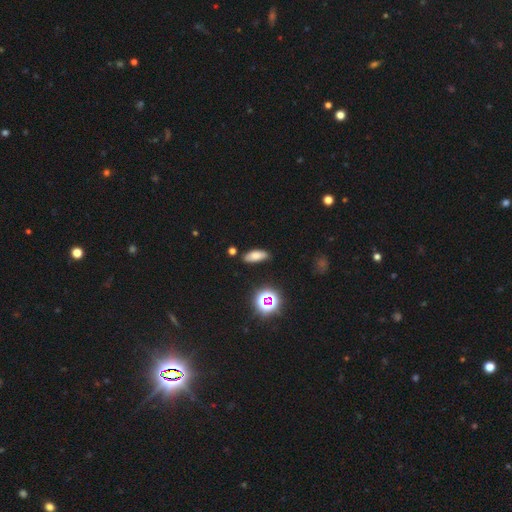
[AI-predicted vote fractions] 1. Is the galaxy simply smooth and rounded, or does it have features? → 74% smooth, 15% star or artifact, 10% featured or disk.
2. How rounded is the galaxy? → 73% in between, 22% cigar-shaped, 5% round.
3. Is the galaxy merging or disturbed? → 82% none, 13% minor disturbance, 3% major disturbance, 2% merger.